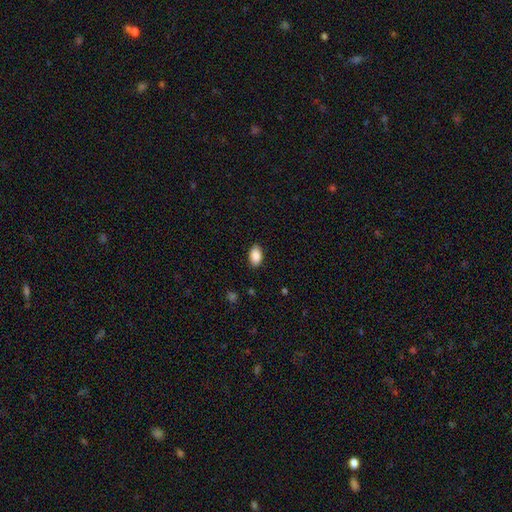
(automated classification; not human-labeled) This is clearly a smooth galaxy (89%). How rounded: clearly in between (91%). Merging: clearly none (86%).